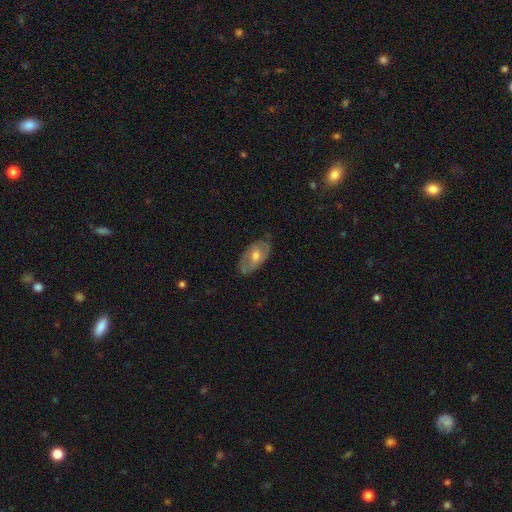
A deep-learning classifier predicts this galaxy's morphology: A featured or disk galaxy (52%).

Vote fractions:
- Smooth or featured? featured or disk: 52% / smooth: 42% / star or artifact: 7%
- Edge-on disk? no: 88% / yes: 12%
- Merging? none: 68% / minor disturbance: 24% / major disturbance: 6% / merger: 1%